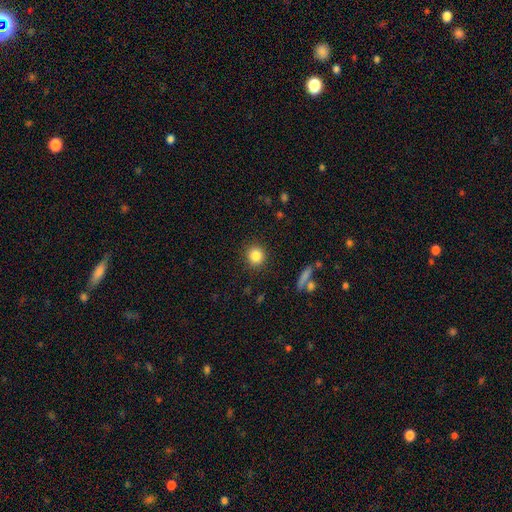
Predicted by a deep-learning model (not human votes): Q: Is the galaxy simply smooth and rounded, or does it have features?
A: smooth — 84%.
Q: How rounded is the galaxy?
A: round — 89%.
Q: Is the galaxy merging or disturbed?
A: none — 90%.